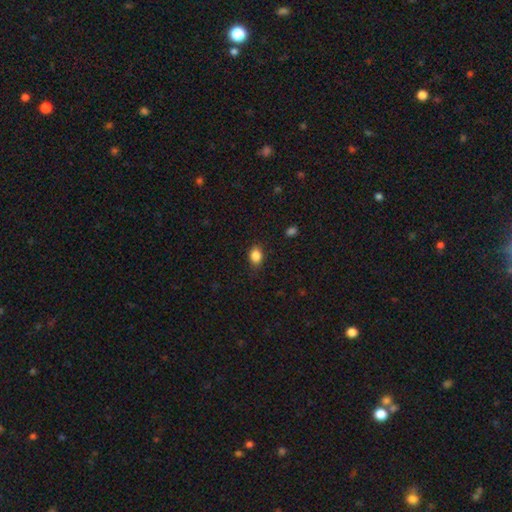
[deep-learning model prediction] This appears to be a smooth galaxy with no disk features (86%) that is in between round and cigar-shaped (64%). Merging: none (83%).